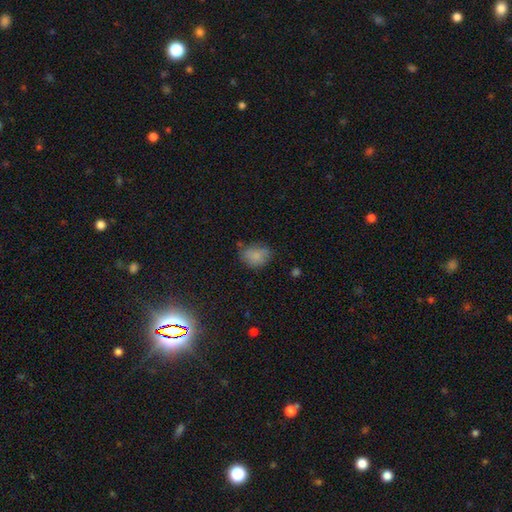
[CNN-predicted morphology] Overall: smooth (79%). How rounded: in between (58%; round 41%). Merging: none (62%; minor disturbance 26%).